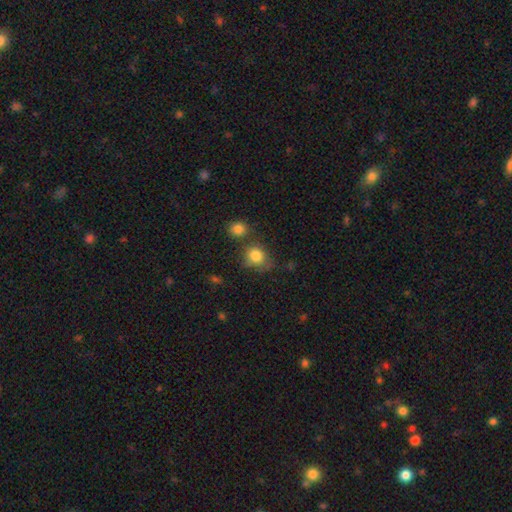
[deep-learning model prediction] This is clearly a smooth galaxy (82%). How rounded: likely round (69%). Merging: possibly none (53%).